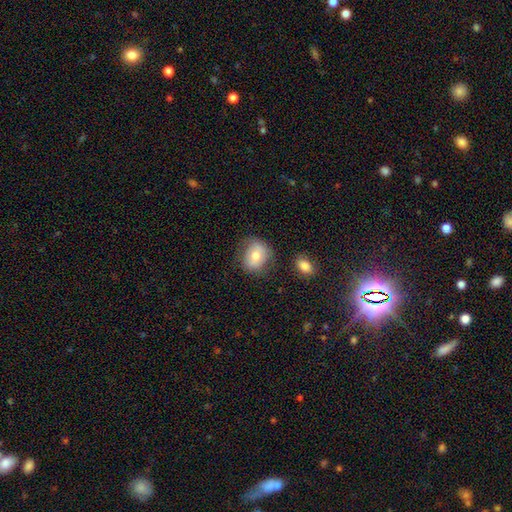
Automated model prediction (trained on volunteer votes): smooth-or-featured: smooth: 66% | featured or disk: 26% | star or artifact: 8%
  how-rounded: round: 54% | in between: 45% | cigar-shaped: 1%
  merging: none: 65% | minor disturbance: 23% | major disturbance: 8% | merger: 4%